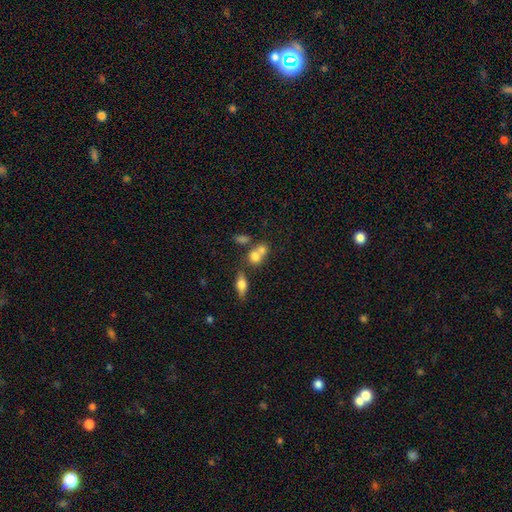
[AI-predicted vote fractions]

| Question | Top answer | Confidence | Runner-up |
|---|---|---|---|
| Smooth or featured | smooth | 71% | featured or disk (17%) |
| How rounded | round | 60% | in between (38%) |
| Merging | merger | 52% | none (35%) |